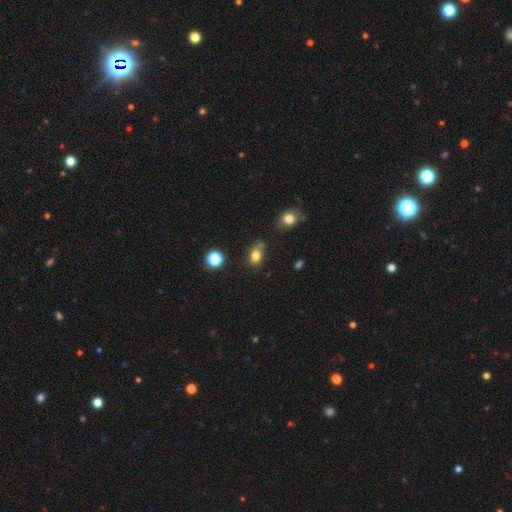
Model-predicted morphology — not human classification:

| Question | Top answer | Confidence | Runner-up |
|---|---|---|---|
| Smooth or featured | smooth | 79% | star or artifact (12%) |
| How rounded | in between | 78% | round (20%) |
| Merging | none | 56% | minor disturbance (26%) |